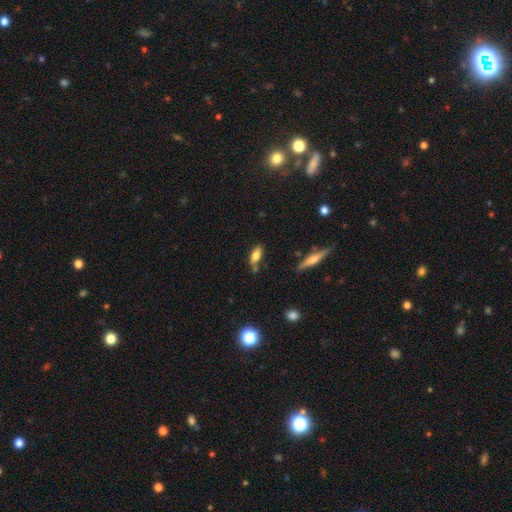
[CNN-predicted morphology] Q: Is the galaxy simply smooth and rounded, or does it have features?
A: smooth — 69%.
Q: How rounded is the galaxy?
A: in between — 73%.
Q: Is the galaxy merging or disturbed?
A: none — 67%.